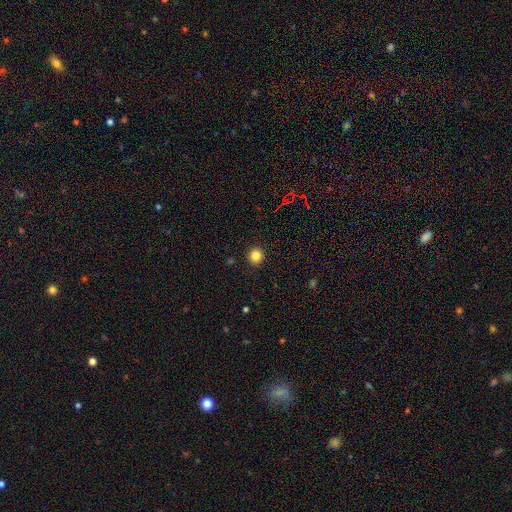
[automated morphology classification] type=smooth (84%); roundness=round (95%); merging=none (93%).